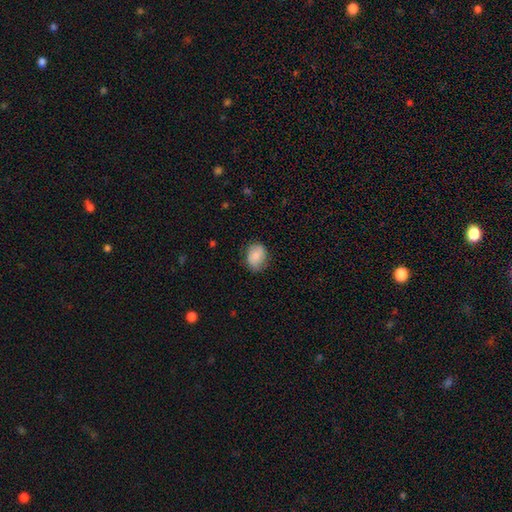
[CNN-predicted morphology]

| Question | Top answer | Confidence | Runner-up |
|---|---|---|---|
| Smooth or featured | smooth | 75% | featured or disk (18%) |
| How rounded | in between | 58% | round (41%) |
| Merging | none | 76% | minor disturbance (18%) |